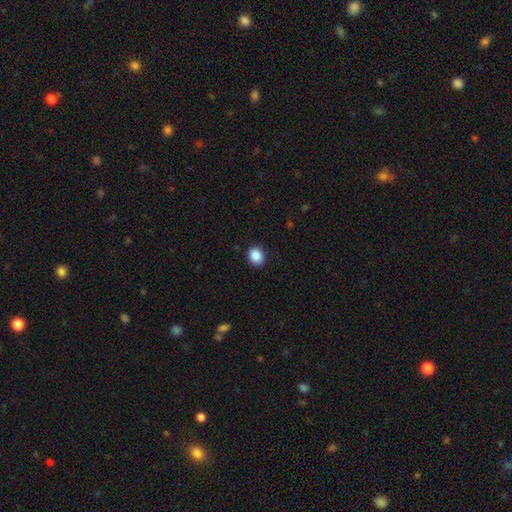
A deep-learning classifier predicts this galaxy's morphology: Smooth or featured? smooth (88%)
How rounded? round (59%)
Merging? none (89%)